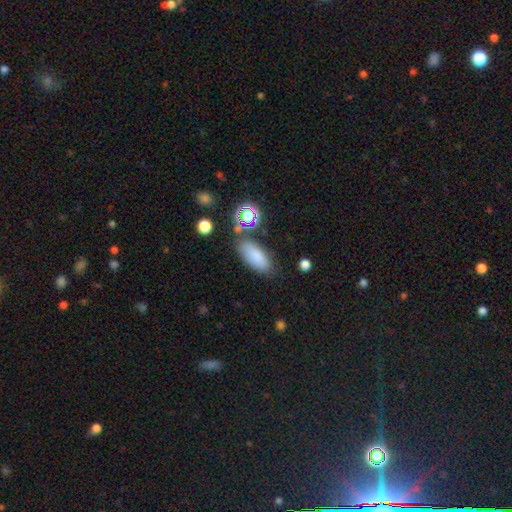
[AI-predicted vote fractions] smooth_or_featured: smooth (p=0.81) [alt: star or artifact p=0.11]
how_rounded: in between (p=0.82) [alt: cigar-shaped p=0.14]
merging: none (p=0.74) [alt: minor disturbance p=0.14]